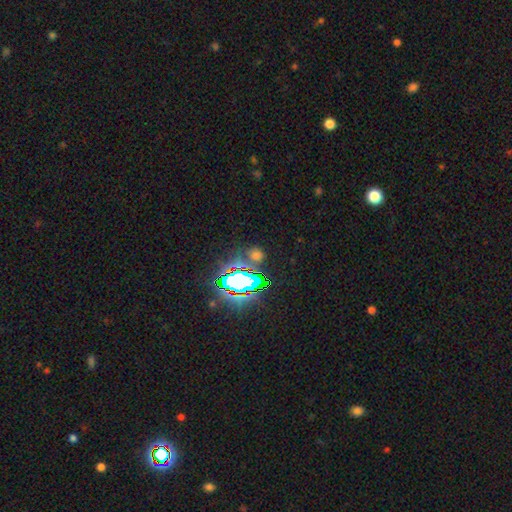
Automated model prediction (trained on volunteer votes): This appears to be a star or artifact, not a galaxy (53%).